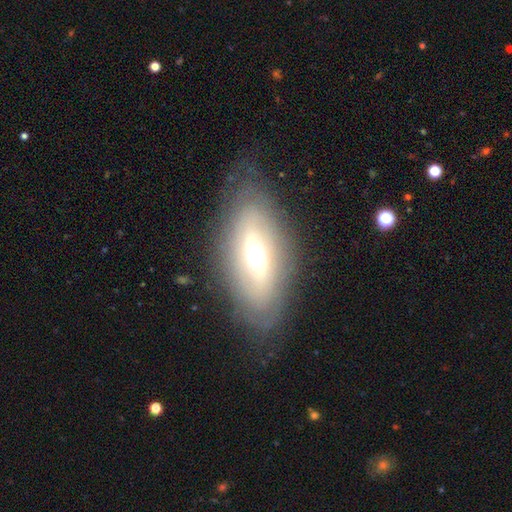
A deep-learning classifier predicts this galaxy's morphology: smooth_or_featured: featured or disk (p=0.61) [alt: smooth p=0.31]
disk_edge_on: no (p=0.76) [alt: yes p=0.24]
merging: none (p=0.76) [alt: minor disturbance p=0.16]